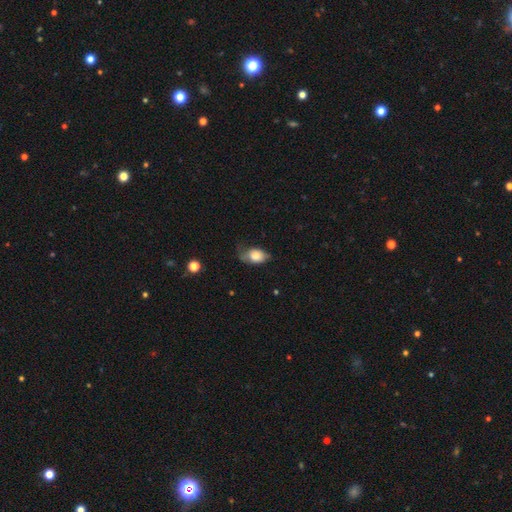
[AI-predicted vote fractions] Q: Smooth or featured?
A: smooth (74%); runner-up: featured or disk (18%)
Q: How rounded?
A: in between (83%); runner-up: round (15%)
Q: Merging?
A: none (41%); runner-up: minor disturbance (38%)